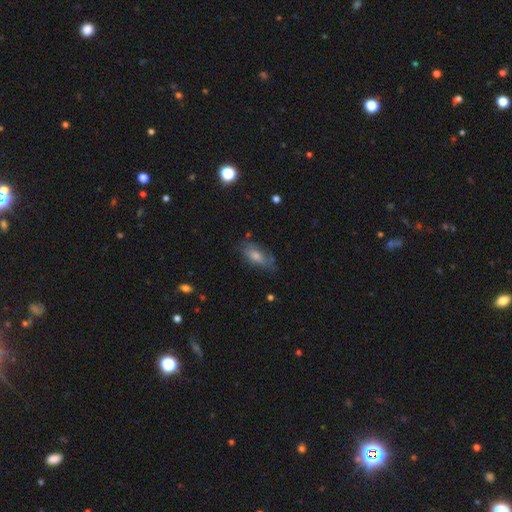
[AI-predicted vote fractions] smooth 56%, featured or disk 30%, star or artifact 14%. Down the decision tree: how rounded — in between (77%); merging — none (67%).